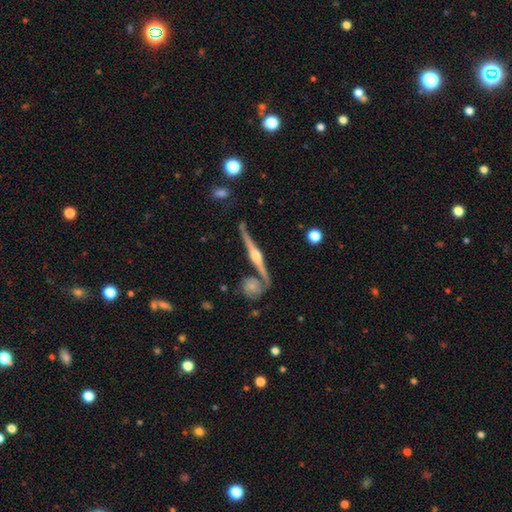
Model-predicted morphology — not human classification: A featured or disk galaxy (87%) viewed edge-on (98%) with a rounded central bulge (92%). Merging: none (80%).